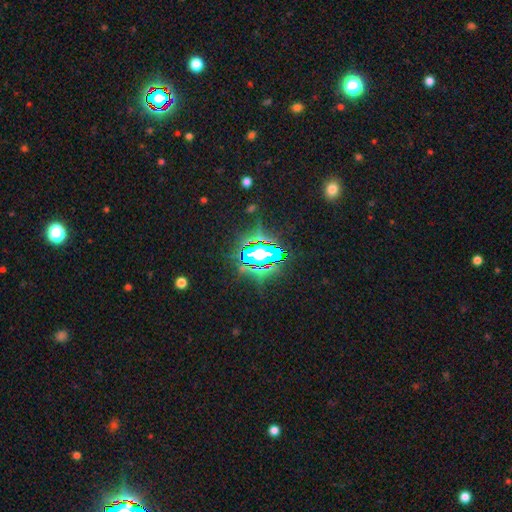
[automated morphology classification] The model was most divided on "smooth or featured": star or artifact: 80%, smooth: 11%, featured or disk: 9%.